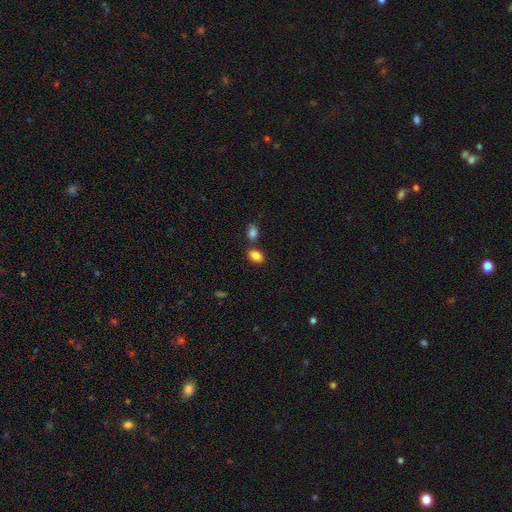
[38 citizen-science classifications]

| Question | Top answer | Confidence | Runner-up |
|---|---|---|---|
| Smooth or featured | smooth | 87% | star or artifact (8%) |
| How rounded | in between | 91% | round (9%) |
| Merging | none | 91% | minor disturbance (3%) |